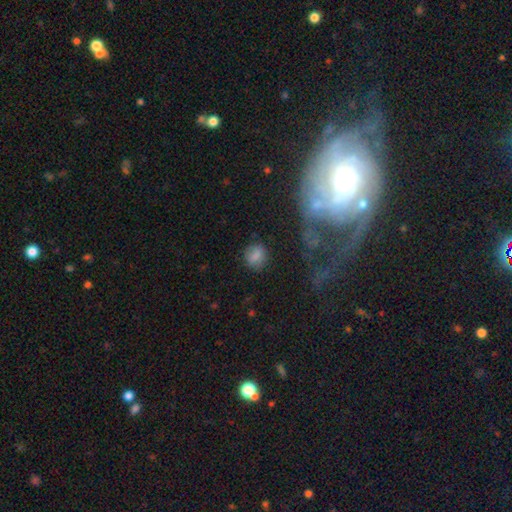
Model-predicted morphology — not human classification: type=smooth (79%); roundness=round (57%); merging=none (78%).